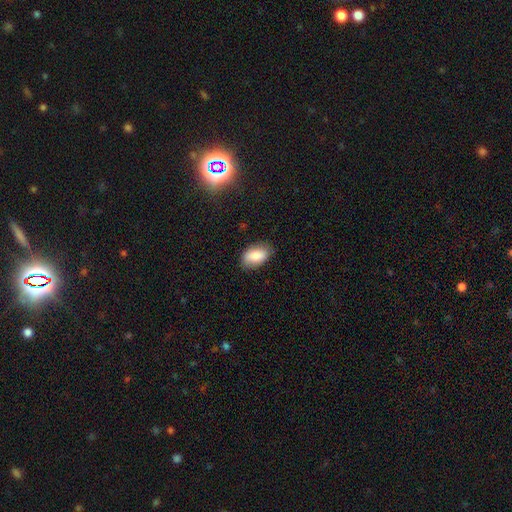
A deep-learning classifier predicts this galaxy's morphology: A smooth galaxy with no disk features (86%) that is in between round and cigar-shaped (93%). Merging: none (80%).